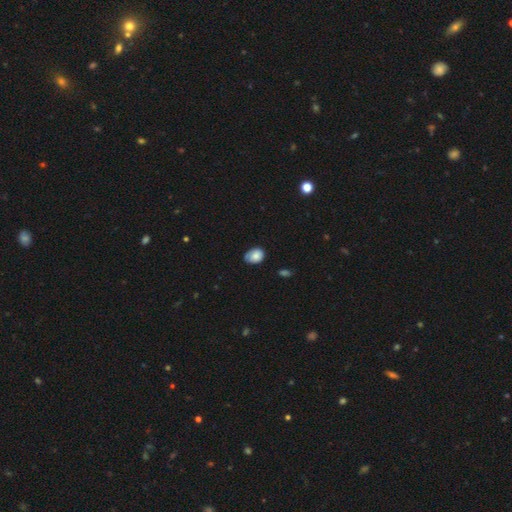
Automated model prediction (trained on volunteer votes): This is clearly a smooth galaxy (82%). How rounded: likely in between (72%). Merging: likely none (63%).